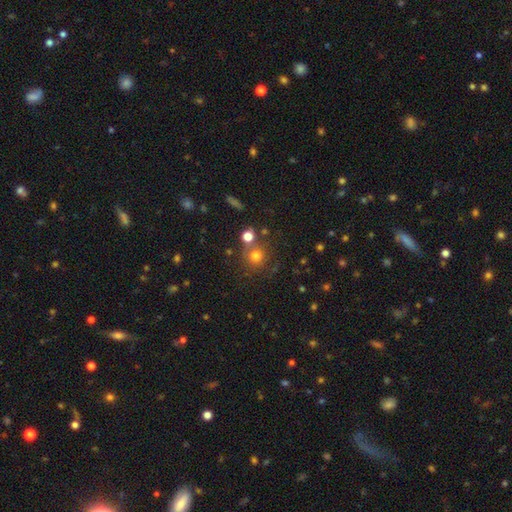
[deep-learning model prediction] smooth-or-featured: smooth: 73% | star or artifact: 17% | featured or disk: 10%
  how-rounded: round: 91% | in between: 8% | cigar-shaped: 1%
  merging: none: 68% | merger: 17% | minor disturbance: 10% | major disturbance: 5%